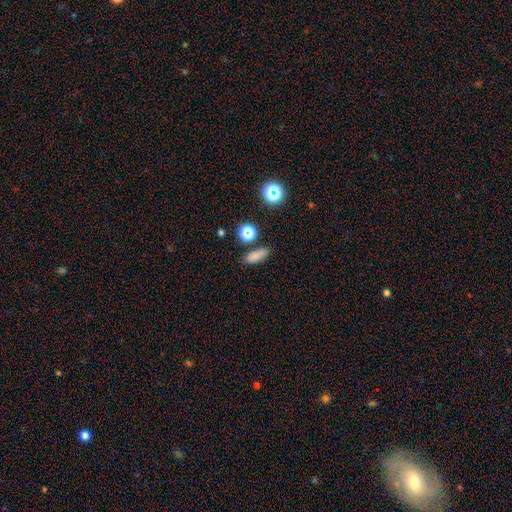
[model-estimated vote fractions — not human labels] Overall: smooth (79%). How rounded: in between (63%; cigar-shaped 28%). Merging: none (80%).